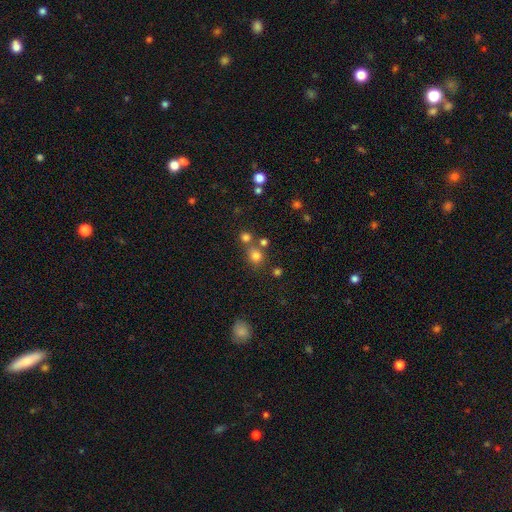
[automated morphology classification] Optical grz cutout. It shows a smooth galaxy with no disk features (76%) that is round (80%). Merging: none (63%).